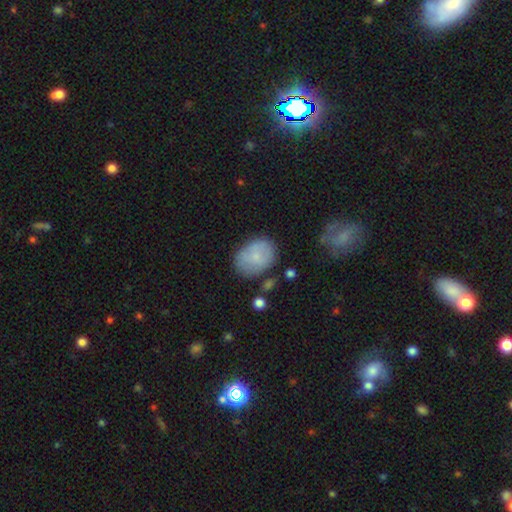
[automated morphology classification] Smooth or featured? Predicted: smooth (p=0.74). How rounded? Predicted: in between (p=0.65). Merging? Predicted: none (p=0.67).